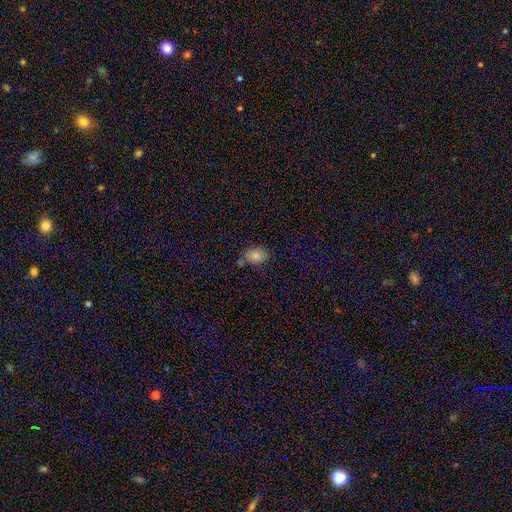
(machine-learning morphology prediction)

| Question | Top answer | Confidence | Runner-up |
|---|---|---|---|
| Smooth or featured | smooth | 75% | star or artifact (13%) |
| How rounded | in between | 60% | round (38%) |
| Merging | none | 70% | minor disturbance (18%) |